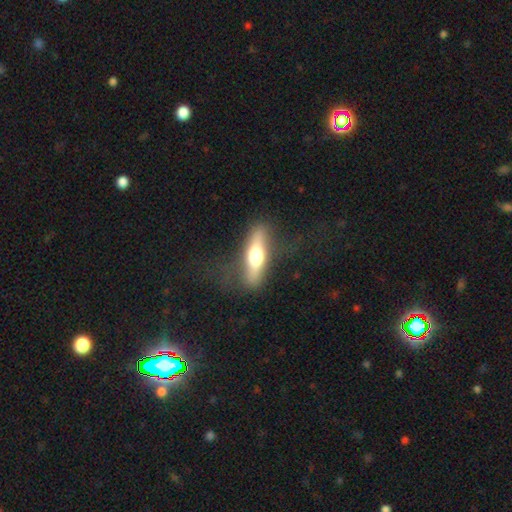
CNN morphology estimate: smooth-or-featured: featured or disk: 50% | smooth: 44% | star or artifact: 6%
  merging: none: 74% | minor disturbance: 15% | major disturbance: 9% | merger: 1%